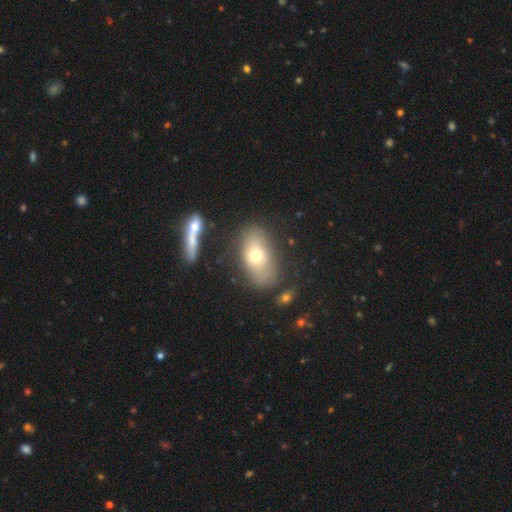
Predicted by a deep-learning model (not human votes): Smooth or featured? Predicted: smooth (p=0.64). How rounded? Predicted: in between (p=0.86). Merging? Predicted: none (p=0.67).